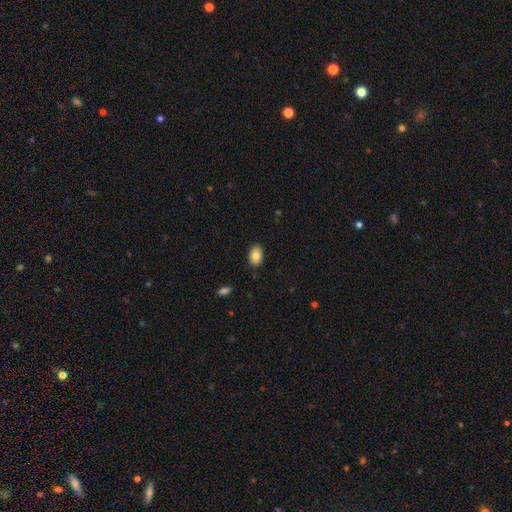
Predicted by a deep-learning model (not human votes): A smooth galaxy with no disk features (85%) that is in between round and cigar-shaped (89%).

Vote fractions:
- Smooth or featured? smooth: 85% / featured or disk: 8% / star or artifact: 7%
- How rounded? in between: 89% / round: 10% / cigar-shaped: 1%
- Merging? none: 88% / minor disturbance: 9% / major disturbance: 2% / merger: 1%